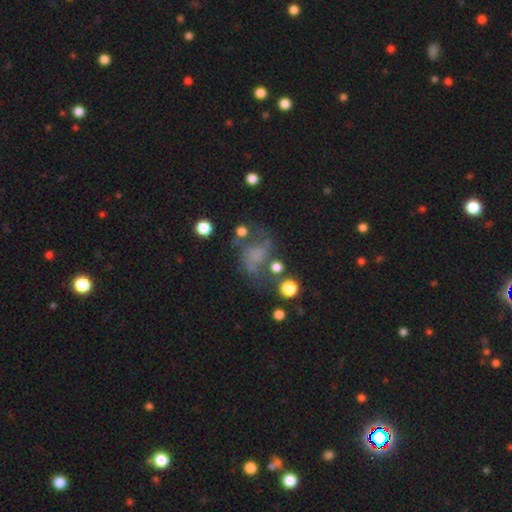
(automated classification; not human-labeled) A featured or disk galaxy (46%). Merging: none (42%).